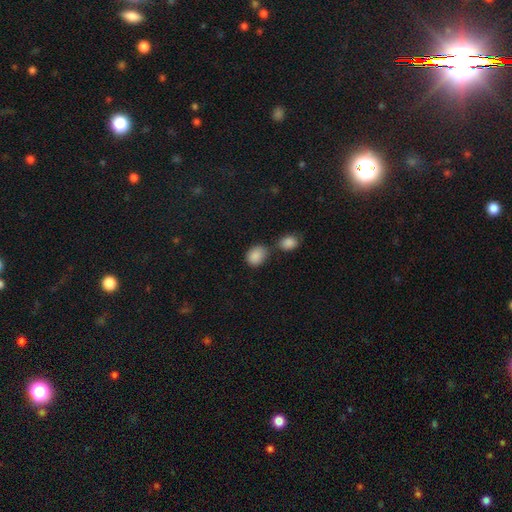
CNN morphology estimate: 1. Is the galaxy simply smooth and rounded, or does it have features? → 88% smooth, 9% star or artifact, 4% featured or disk.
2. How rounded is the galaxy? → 55% in between, 44% round, 1% cigar-shaped.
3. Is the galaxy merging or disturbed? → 57% none, 21% merger, 17% minor disturbance, 5% major disturbance.